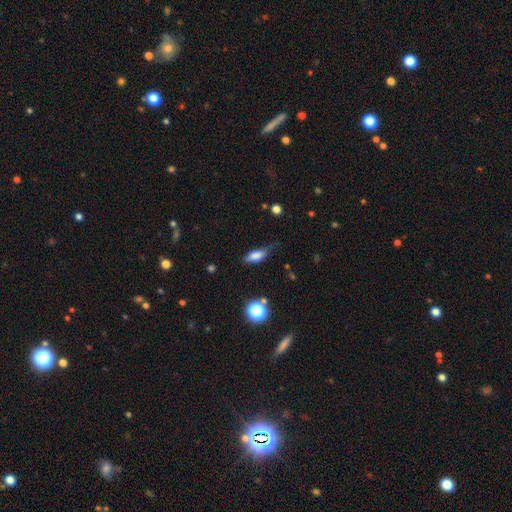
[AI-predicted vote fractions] Overall: smooth (70%). How rounded: in between (71%). Merging: none (56%; minor disturbance 32%).